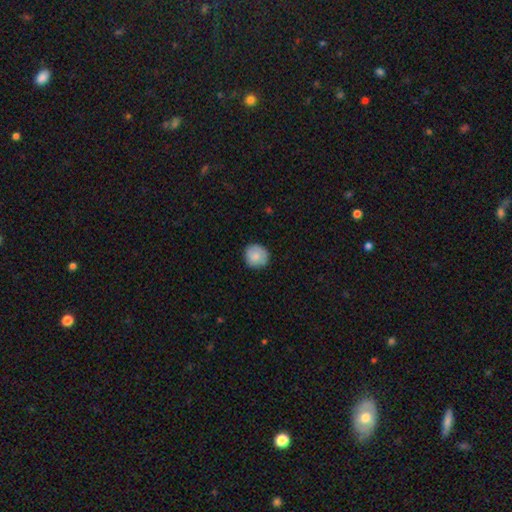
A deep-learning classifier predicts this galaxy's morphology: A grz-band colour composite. It shows a smooth galaxy with no disk features (82%) that is round (91%). Merging: none (84%).